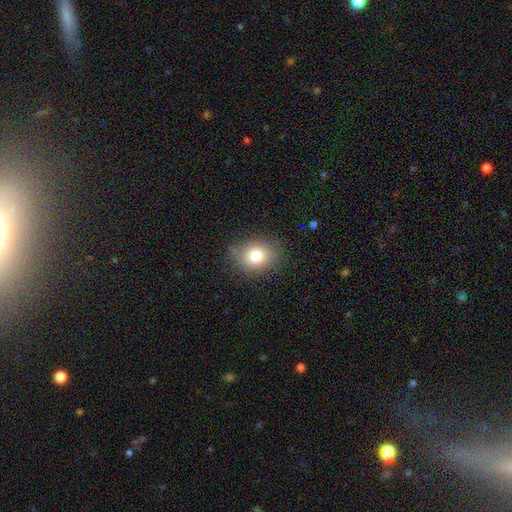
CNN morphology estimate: A smooth galaxy with no disk features (78%) that is round (50%).

Vote fractions:
- Smooth or featured? smooth: 78% / featured or disk: 11% / star or artifact: 11%
- How rounded? round: 50% / in between: 49% / cigar-shaped: 1%
- Merging? none: 79% / minor disturbance: 16% / major disturbance: 4% / merger: 2%